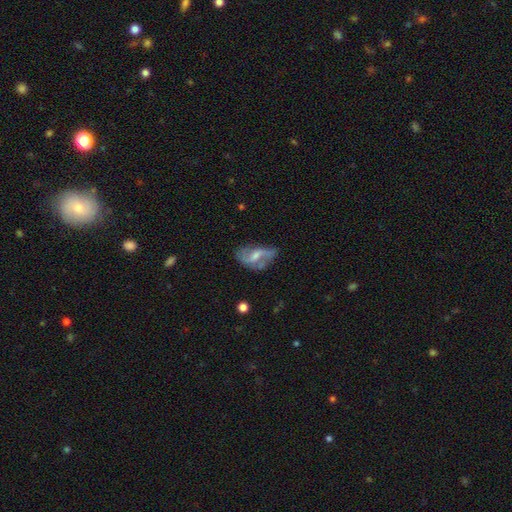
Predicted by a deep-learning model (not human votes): This is likely a featured or disk galaxy (67%). It is clearly not viewed edge-on (94%). Bar: possibly weak (45%). Spiral arm pattern: clearly yes (80%). Spiral arm count: likely 2 (74%). Spiral winding: possibly loose (59%). Central bulge: marginally moderate (44%). Merging: possibly none (52%).